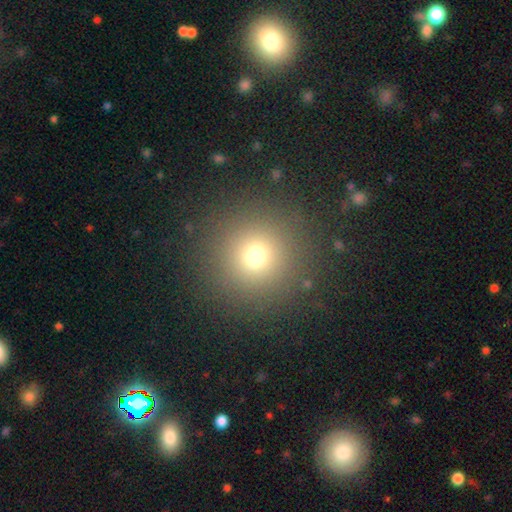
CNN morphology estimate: This is likely a smooth galaxy (71%). How rounded: clearly round (96%). Merging: clearly none (89%).